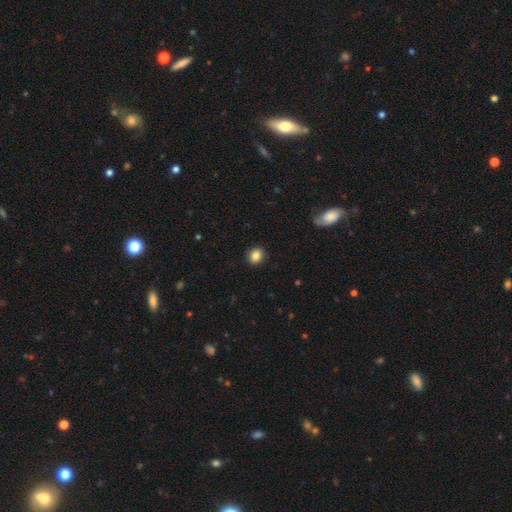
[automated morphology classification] This appears to be a smooth galaxy with no disk features (86%) that is round (66%). Merging: none (91%).